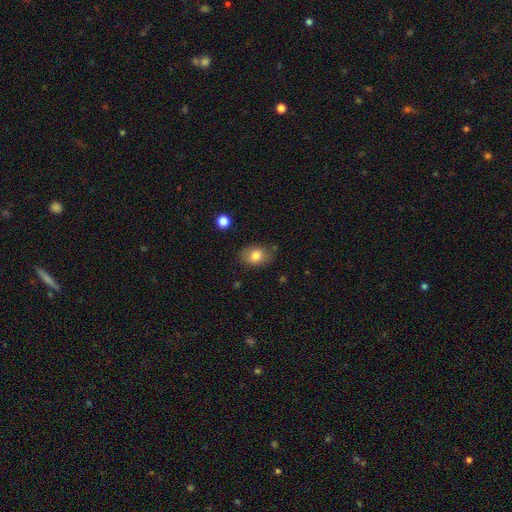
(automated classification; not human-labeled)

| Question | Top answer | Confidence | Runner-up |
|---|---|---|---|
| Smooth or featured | smooth | 80% | featured or disk (11%) |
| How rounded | in between | 73% | round (26%) |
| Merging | none | 79% | minor disturbance (15%) |